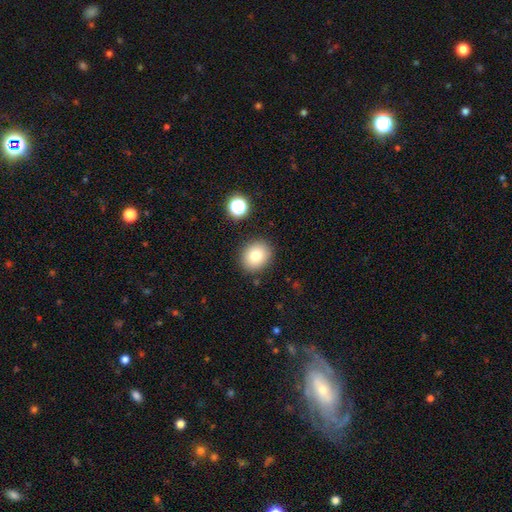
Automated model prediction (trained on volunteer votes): Smooth or featured? Predicted: smooth (p=0.79). How rounded? Predicted: round (p=0.76). Merging? Predicted: none (p=0.87).